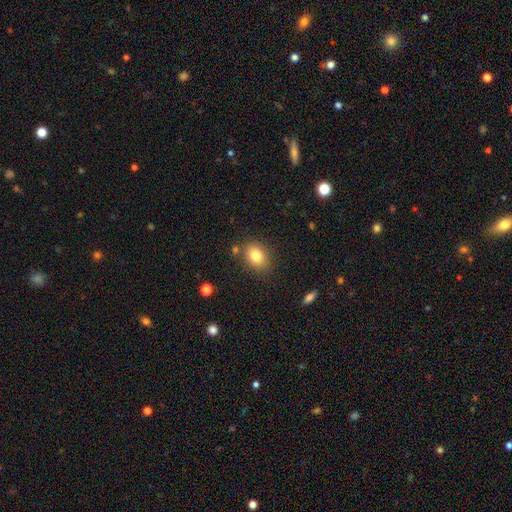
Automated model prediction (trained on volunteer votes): This appears to be a smooth galaxy with no disk features (81%) that is in between round and cigar-shaped (62%). Merging: none (81%).